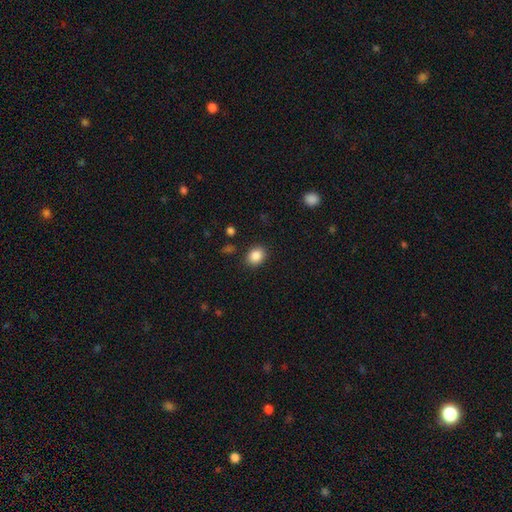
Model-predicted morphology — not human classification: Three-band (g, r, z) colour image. It shows a smooth galaxy with no disk features (87%) that is in between round and cigar-shaped (50%). Merging: none (87%).